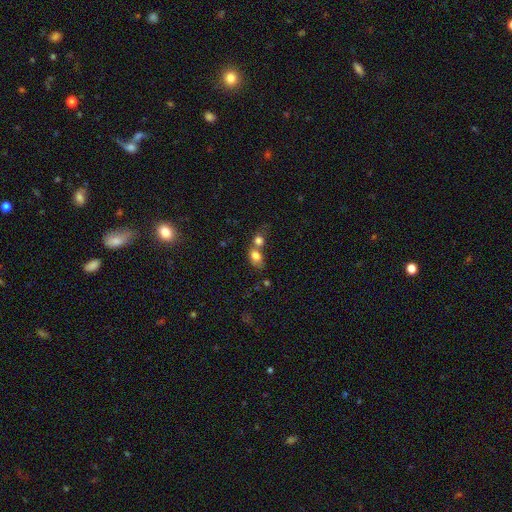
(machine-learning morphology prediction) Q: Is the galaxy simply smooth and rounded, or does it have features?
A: smooth — 79%.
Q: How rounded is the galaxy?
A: in between — 69%.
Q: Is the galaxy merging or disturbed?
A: merger — 64%.